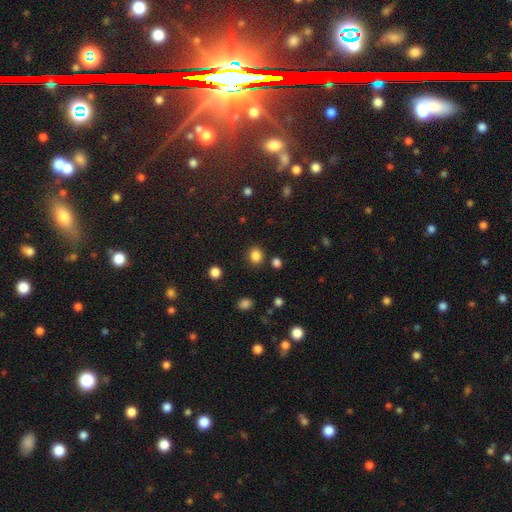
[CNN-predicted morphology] Smooth or featured? smooth (85%)
How rounded? round (72%)
Merging? none (85%)